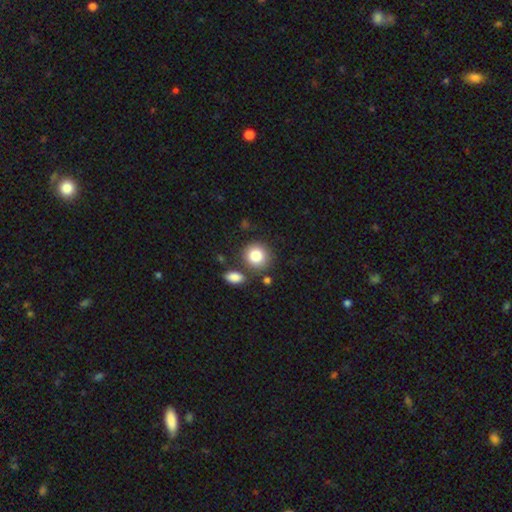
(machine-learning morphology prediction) Q: Smooth or featured?
A: smooth (85%); runner-up: star or artifact (8%)
Q: How rounded?
A: round (86%); runner-up: in between (13%)
Q: Merging?
A: none (73%); runner-up: merger (12%)